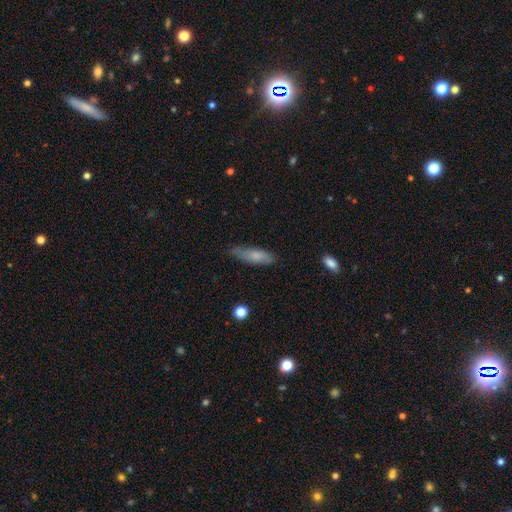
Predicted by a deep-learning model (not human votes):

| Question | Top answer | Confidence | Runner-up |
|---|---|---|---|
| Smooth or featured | smooth | 76% | featured or disk (18%) |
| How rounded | cigar-shaped | 59% | in between (39%) |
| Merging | none | 75% | minor disturbance (20%) |